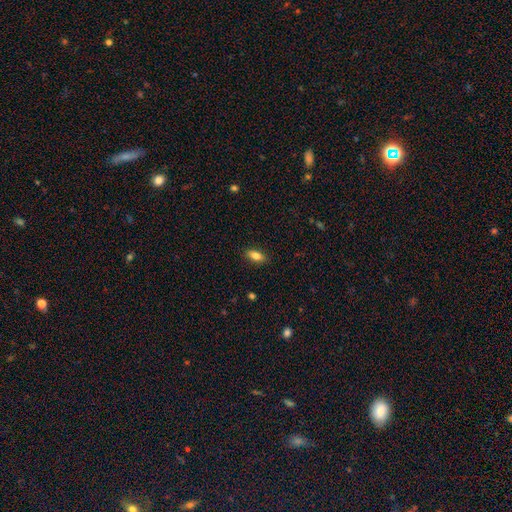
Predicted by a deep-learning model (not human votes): smooth 78%, featured or disk 14%, star or artifact 8%. Down the decision tree: how rounded — in between (79%); merging — none (87%).